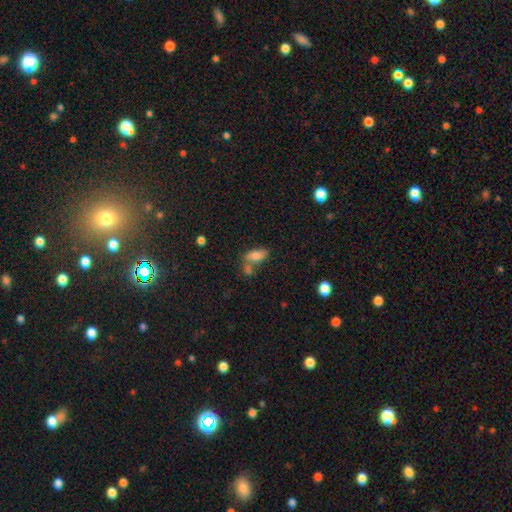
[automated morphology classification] A smooth galaxy with no disk features (73%) that is in between round and cigar-shaped (85%). Merging: none (43%).